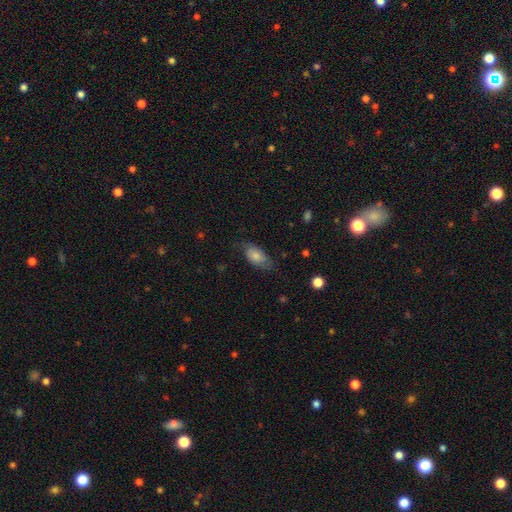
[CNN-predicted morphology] Smooth or featured: smooth — 71% (featured or disk — 22%)
How rounded: in between — 90% (round — 6%)
Merging: none — 61% (minor disturbance — 27%)